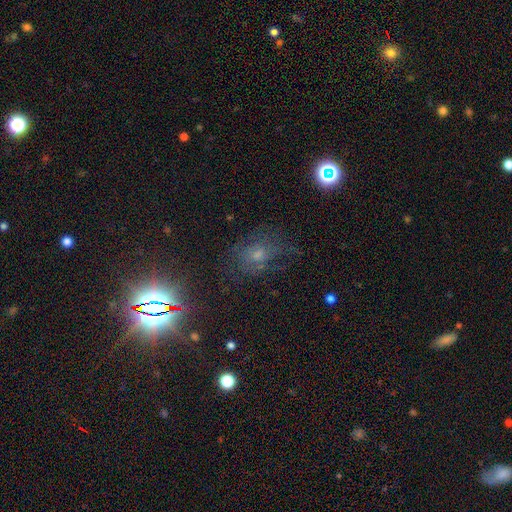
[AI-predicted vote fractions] Smooth or featured?
  - star or artifact: 44% *
  - smooth: 31%
  - featured or disk: 25%